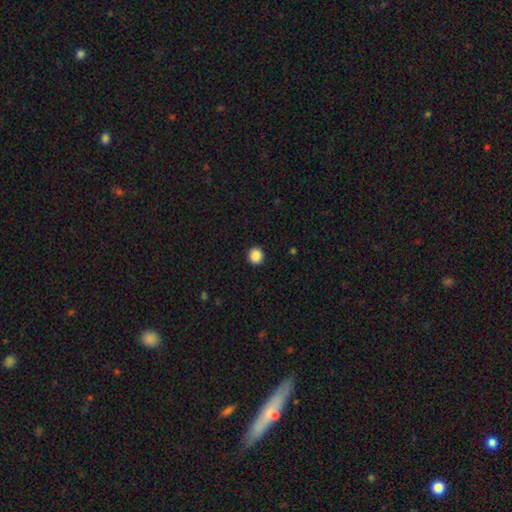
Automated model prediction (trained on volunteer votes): Smooth or featured?
  - smooth: 88% *
  - star or artifact: 9%
  - featured or disk: 3%
How rounded?
  - round: 92% *
  - in between: 7%
  - cigar-shaped: 1%
Merging?
  - none: 93% *
  - minor disturbance: 4%
  - major disturbance: 2%
  - merger: 1%